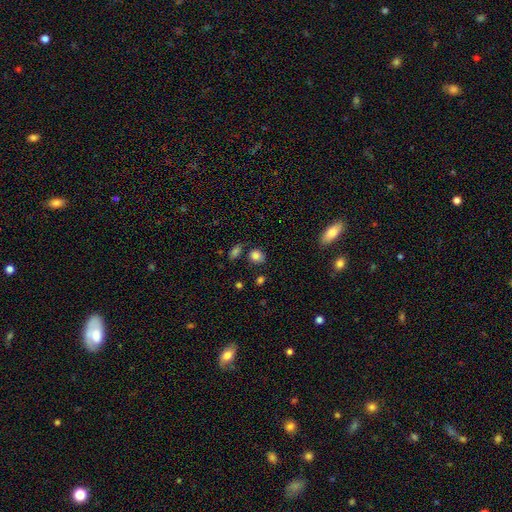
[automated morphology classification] Q: Smooth or featured?
A: smooth (83%); runner-up: star or artifact (11%)
Q: How rounded?
A: round (59%); runner-up: in between (40%)
Q: Merging?
A: none (72%); runner-up: minor disturbance (15%)